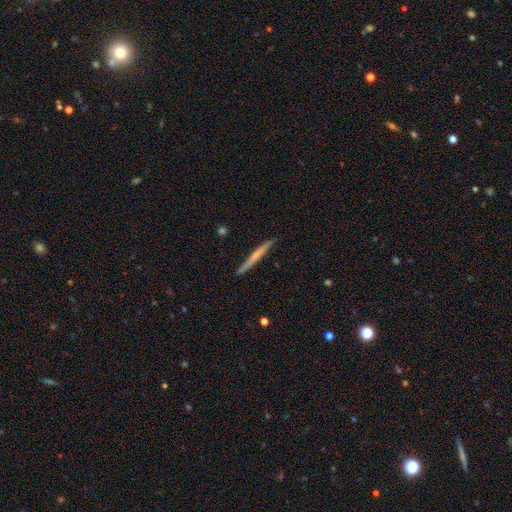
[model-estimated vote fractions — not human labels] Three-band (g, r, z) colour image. It shows a featured or disk galaxy (48%). Merging: none (89%).